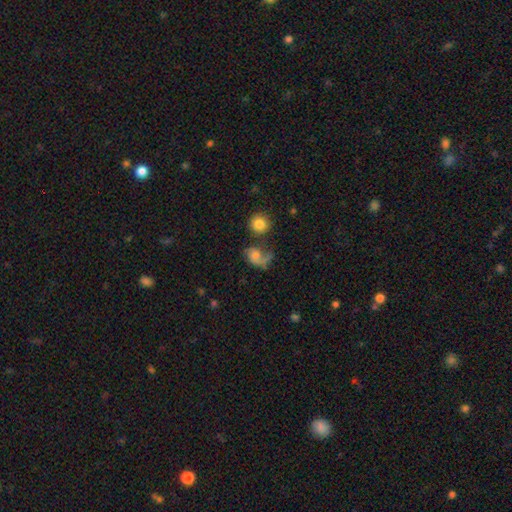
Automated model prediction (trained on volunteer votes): Morphology: type=featured or disk (55%); edge-on=no (97%); bar=no (68%); spiral arms=yes (86%); bulge=moderate (44%); merging=none (33%, tied with major disturbance).